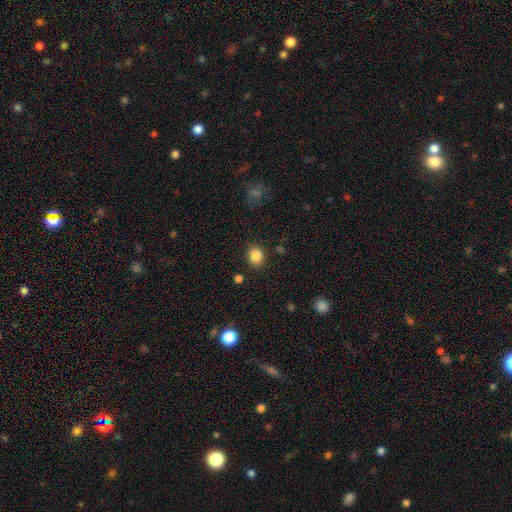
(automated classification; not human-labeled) A smooth galaxy with no disk features (86%) that is round (61%). Merging: none (87%).